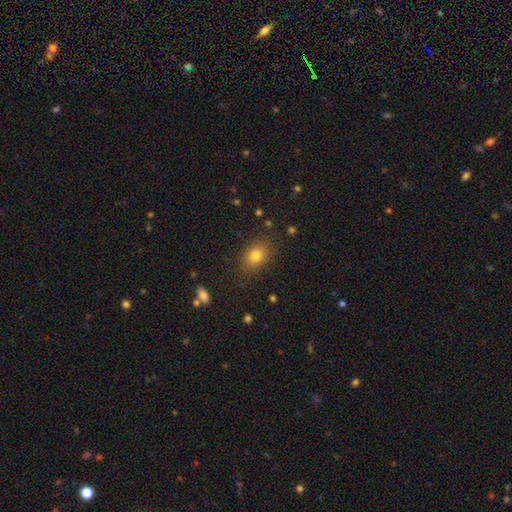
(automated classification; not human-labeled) Morphology: type=smooth (79%); roundness=in between (64%); merging=none (84%).